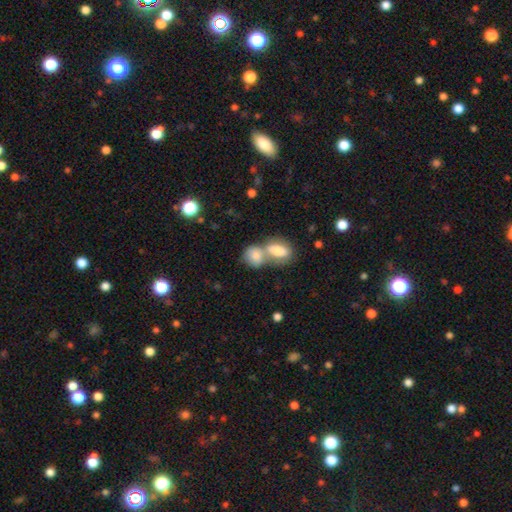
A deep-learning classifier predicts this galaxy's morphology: Smooth or featured? Predicted: smooth (p=0.80). How rounded? Predicted: in between (p=0.59). Merging? Predicted: merger (p=0.68).